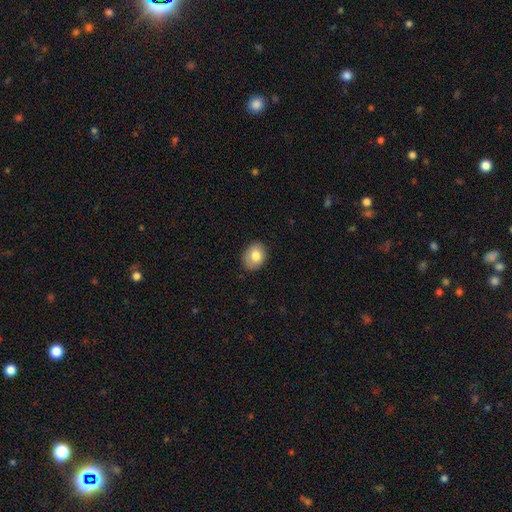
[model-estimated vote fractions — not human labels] The model was most divided on "how rounded": in between: 53%, round: 46%, cigar-shaped: 1%. More confident: merging — none (83%); smooth or featured — smooth (80%).